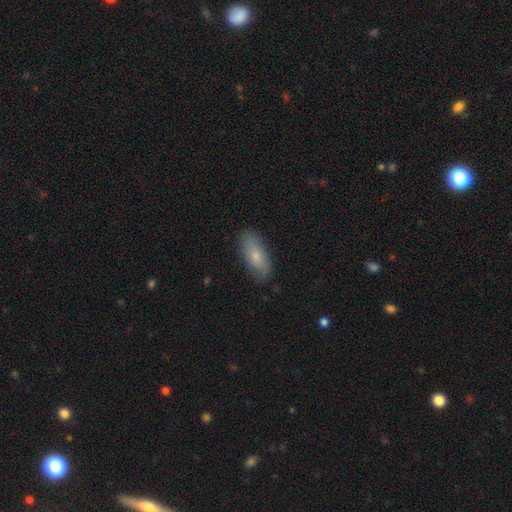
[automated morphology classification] Smooth or featured: smooth — 75% (featured or disk — 19%)
How rounded: in between — 80% (cigar-shaped — 18%)
Merging: none — 84% (minor disturbance — 13%)